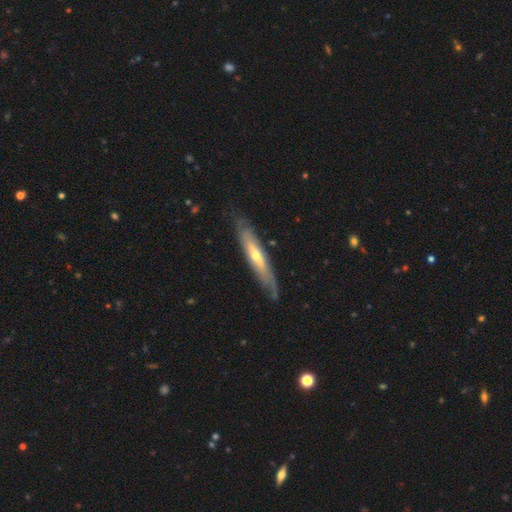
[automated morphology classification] This is likely a featured or disk galaxy (66%). It is likely viewed edge-on (66%). Merging: likely none (77%).